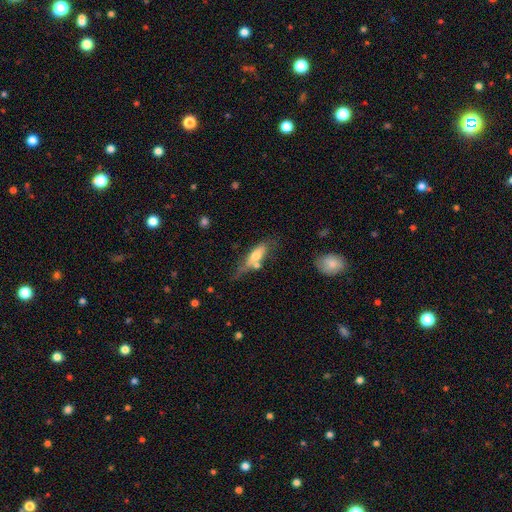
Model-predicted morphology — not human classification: This is likely a smooth galaxy (61%). How rounded: possibly in between (52%). Merging: marginally none (42%).